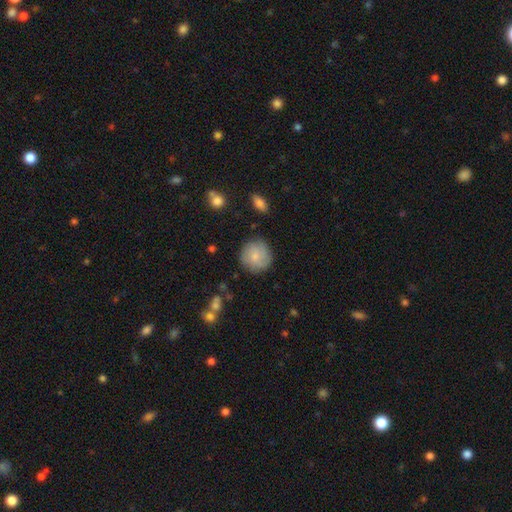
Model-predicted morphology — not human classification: This appears to be a smooth galaxy with no disk features (72%) that is round (92%). Merging: none (80%).